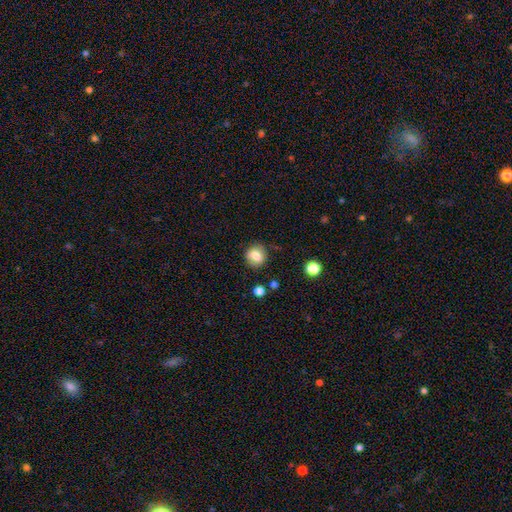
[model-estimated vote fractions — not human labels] The model was most divided on "how rounded": round: 82%, in between: 17%, cigar-shaped: 1%. More confident: merging — none (82%); smooth or featured — smooth (80%).